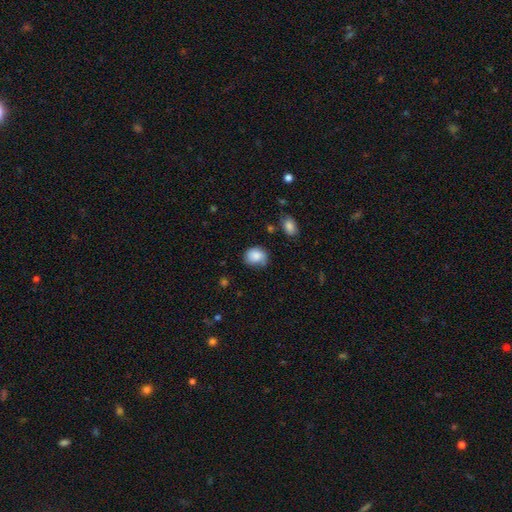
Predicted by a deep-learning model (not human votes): This is clearly a smooth galaxy (82%). How rounded: possibly round (58%). Merging: likely none (61%).